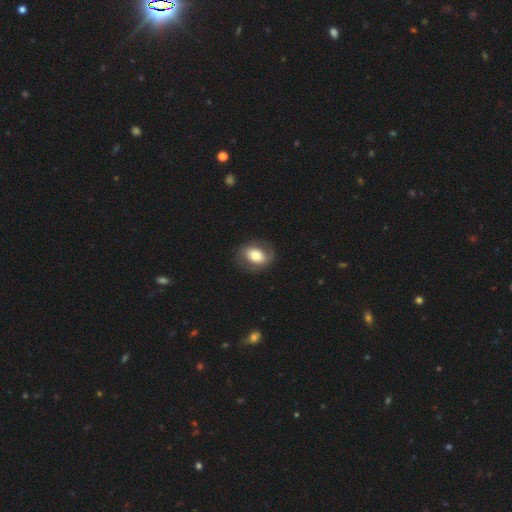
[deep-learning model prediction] The model was most divided on "smooth or featured": smooth: 59%, featured or disk: 34%, star or artifact: 7%. More confident: merging — none (75%); how rounded — in between (65%).